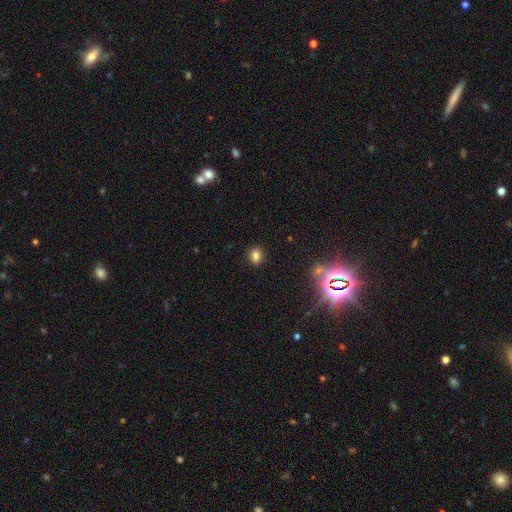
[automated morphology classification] Smooth or featured? smooth (80%)
How rounded? round (63%)
Merging? none (90%)